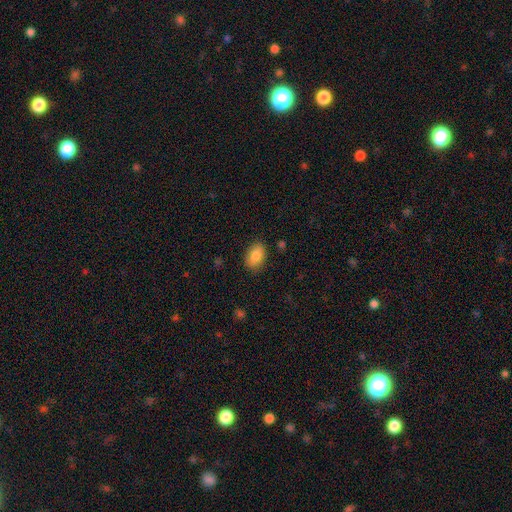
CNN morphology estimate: type=smooth (85%); roundness=in between (90%); merging=none (85%).